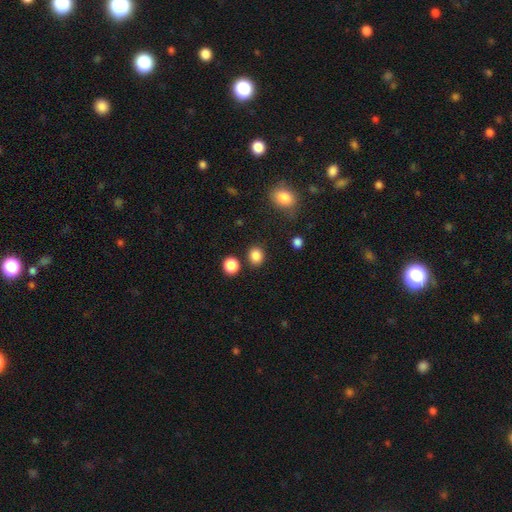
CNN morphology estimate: Smooth or featured? smooth (86%)
How rounded? round (71%)
Merging? none (84%)